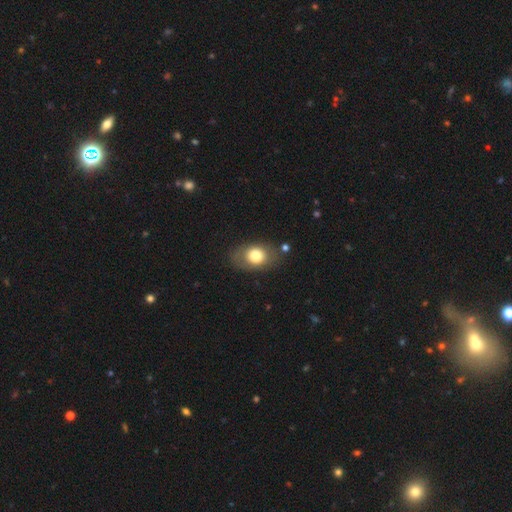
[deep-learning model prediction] Smooth or featured? smooth (73%)
How rounded? in between (74%)
Merging? none (79%)